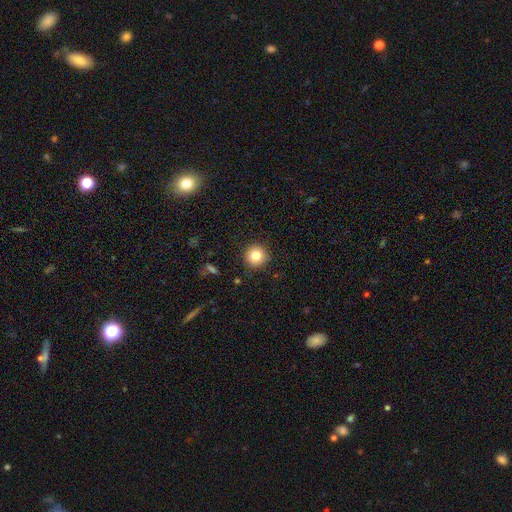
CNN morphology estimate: The model was most divided on "smooth or featured": smooth: 82%, star or artifact: 11%, featured or disk: 7%. More confident: how rounded — round (95%); merging — none (90%).